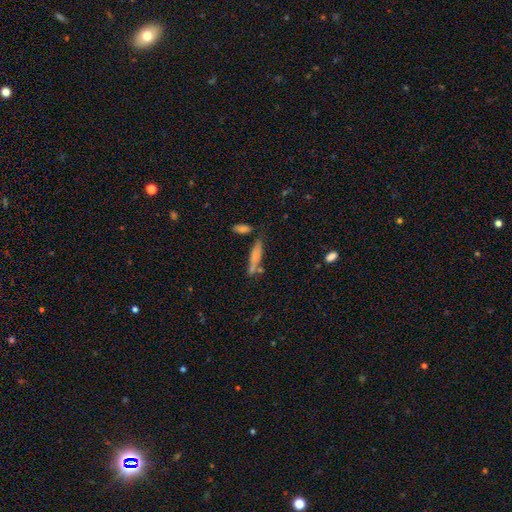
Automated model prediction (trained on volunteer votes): smooth_or_featured: smooth (p=0.71) [alt: featured or disk p=0.22]
how_rounded: cigar-shaped (p=0.77) [alt: in between p=0.21]
merging: none (p=0.62) [alt: minor disturbance p=0.18]